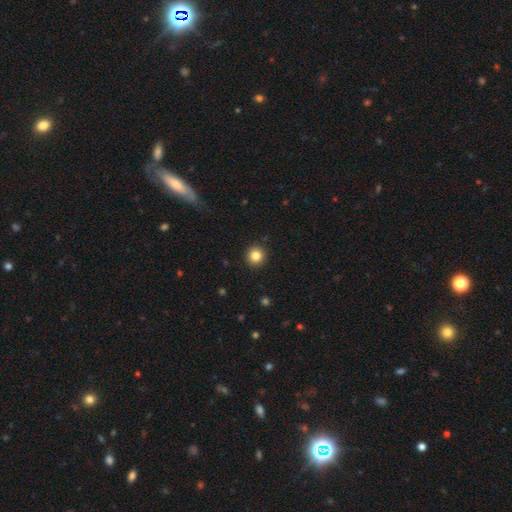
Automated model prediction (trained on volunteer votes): A smooth galaxy with no disk features (84%) that is round (94%).

Vote fractions:
- Smooth or featured? smooth: 84% / star or artifact: 11% / featured or disk: 5%
- How rounded? round: 94% / in between: 6% / cigar-shaped: 1%
- Merging? none: 92% / minor disturbance: 5% / major disturbance: 2% / merger: 1%